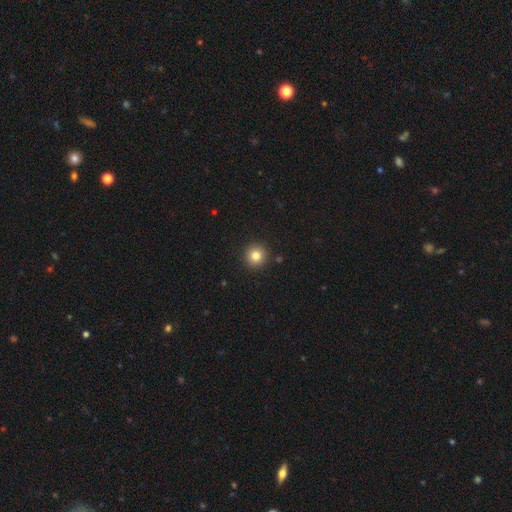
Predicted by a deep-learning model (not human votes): Smooth or featured? Predicted: smooth (p=0.83). How rounded? Predicted: round (p=0.95). Merging? Predicted: none (p=0.92).